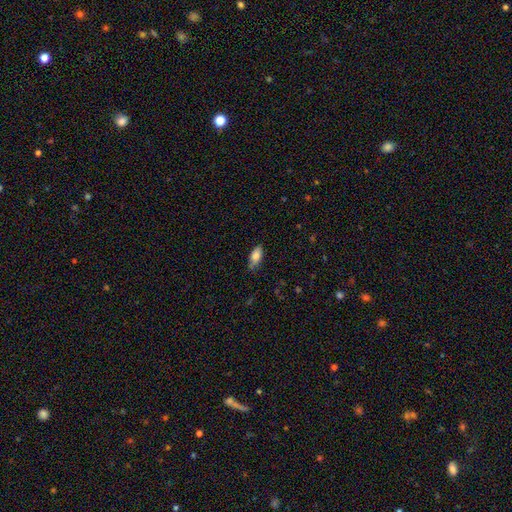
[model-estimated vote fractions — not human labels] Overall: smooth (80%). How rounded: in between (85%). Merging: none (78%).